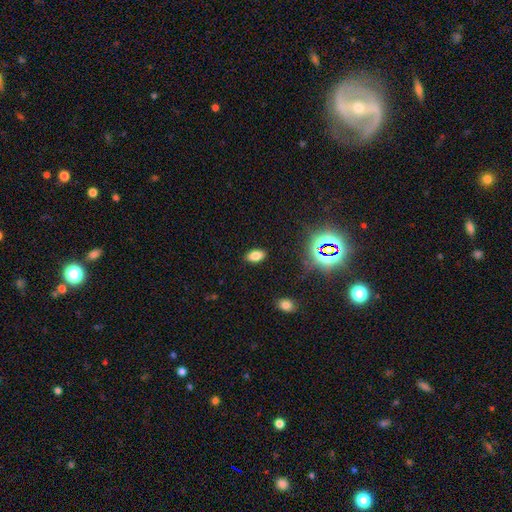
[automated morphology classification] This appears to be a smooth galaxy with no disk features (77%) that is in between round and cigar-shaped (90%). Merging: none (87%).